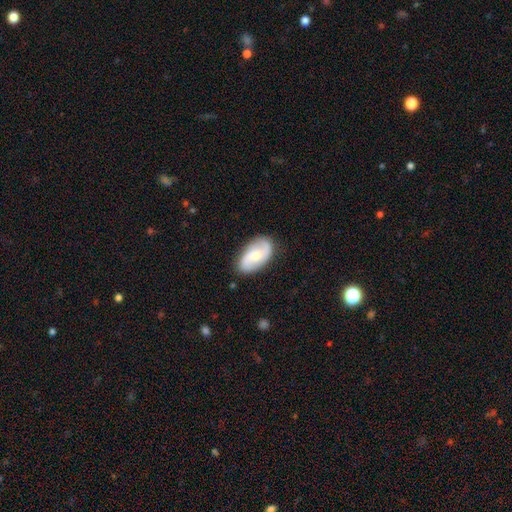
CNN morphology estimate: smooth-or-featured: featured or disk: 63% | smooth: 31% | star or artifact: 6%
  disk-edge-on: no: 95% | yes: 5%
    bar: no: 62% | weak: 32% | strong: 6%
    has-spiral-arms: yes: 89% | no: 11%
      spiral-winding: loose: 42% | medium: 39% | tight: 19%
      spiral-arm-count: 2: 88% | can't tell: 7% | 1: 2% | 3: 1% | 4: 1% | more than 4: 1%
    bulge-size: moderate: 55% | small: 39% | large: 3% | none: 2% | dominant: 1%
  merging: none: 83% | minor disturbance: 12% | major disturbance: 3% | merger: 1%